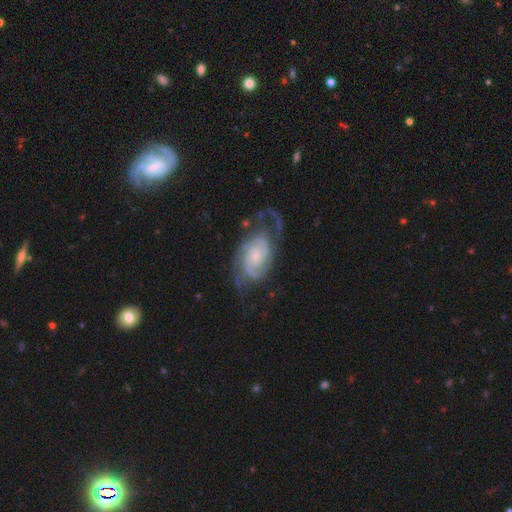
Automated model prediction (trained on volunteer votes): smooth-or-featured: featured or disk: 90% | smooth: 5% | star or artifact: 5%
  disk-edge-on: no: 97% | yes: 3%
    bar: no: 65% | weak: 28% | strong: 7%
    has-spiral-arms: yes: 98% | no: 2%
      spiral-winding: tight: 59% | medium: 33% | loose: 8%
      spiral-arm-count: 2: 63% | 3: 14% | can't tell: 11% | 4: 5% | 1: 4% | more than 4: 4%
    bulge-size: small: 73% | moderate: 20% | none: 4% | large: 2% | dominant: 1%
  merging: none: 58% | minor disturbance: 21% | major disturbance: 18% | merger: 2%